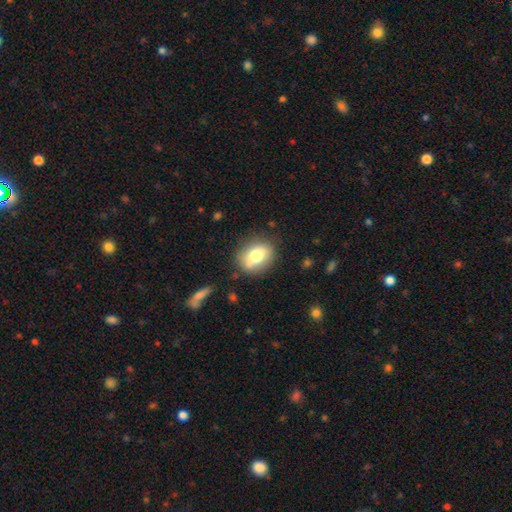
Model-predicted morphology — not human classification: This appears to be a smooth galaxy with no disk features (72%) that is in between round and cigar-shaped (52%). Merging: none (74%).